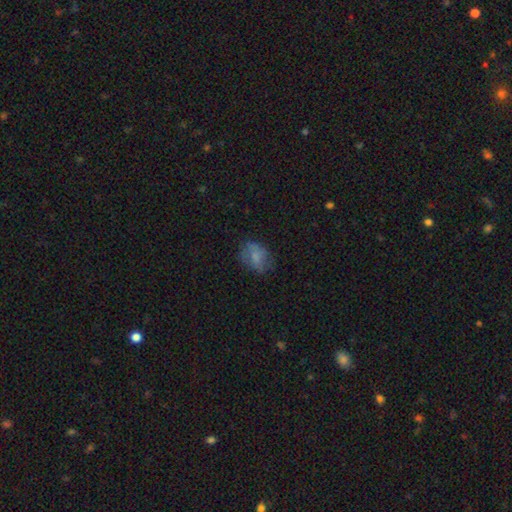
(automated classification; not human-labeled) Q: Smooth or featured?
A: smooth (66%); runner-up: featured or disk (23%)
Q: How rounded?
A: in between (62%); runner-up: round (37%)
Q: Merging?
A: none (62%); runner-up: minor disturbance (24%)